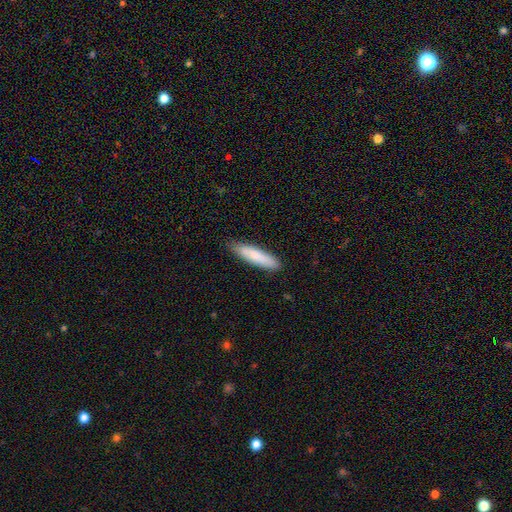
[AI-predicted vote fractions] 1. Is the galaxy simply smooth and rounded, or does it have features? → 79% smooth, 15% featured or disk, 5% star or artifact.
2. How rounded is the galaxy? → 81% cigar-shaped, 18% in between, 1% round.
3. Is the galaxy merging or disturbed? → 86% none, 11% minor disturbance, 2% major disturbance, 1% merger.